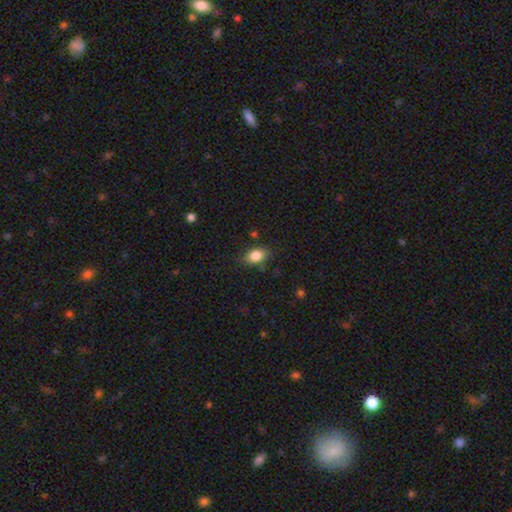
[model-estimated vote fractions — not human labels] A smooth galaxy with no disk features (84%) that is in between round and cigar-shaped (81%). Merging: none (78%).